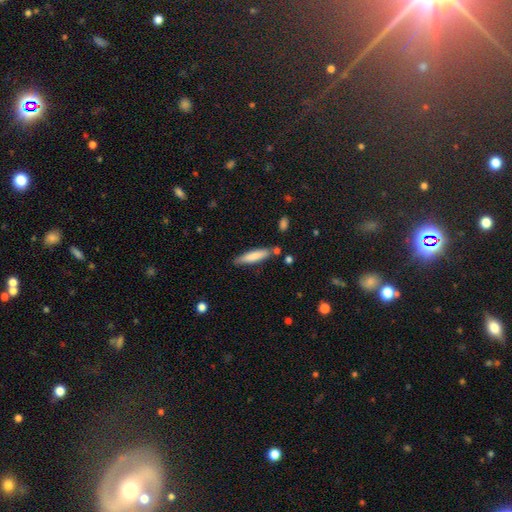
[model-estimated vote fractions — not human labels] Overall: smooth (78%). How rounded: cigar-shaped (80%). Merging: none (78%).